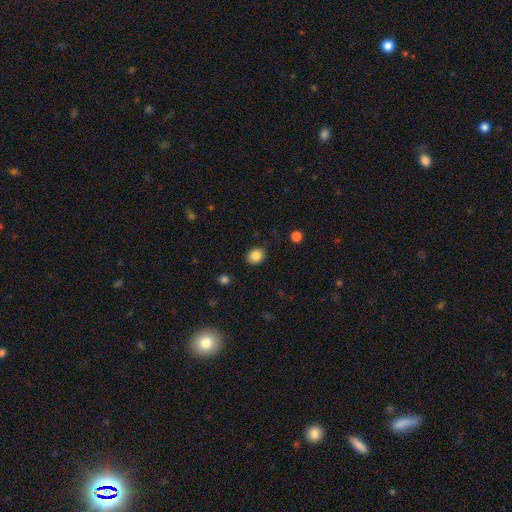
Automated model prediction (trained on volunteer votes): This is clearly a smooth galaxy (85%). How rounded: possibly round (59%). Merging: clearly none (88%).